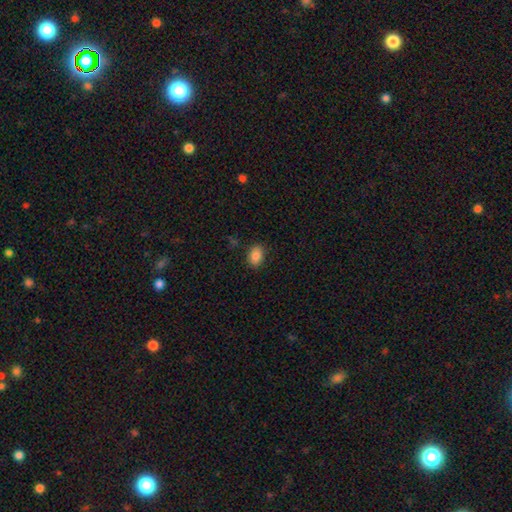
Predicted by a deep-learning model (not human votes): The model was most divided on "how rounded": in between: 78%, round: 21%, cigar-shaped: 1%. More confident: merging — none (86%); smooth or featured — smooth (85%).